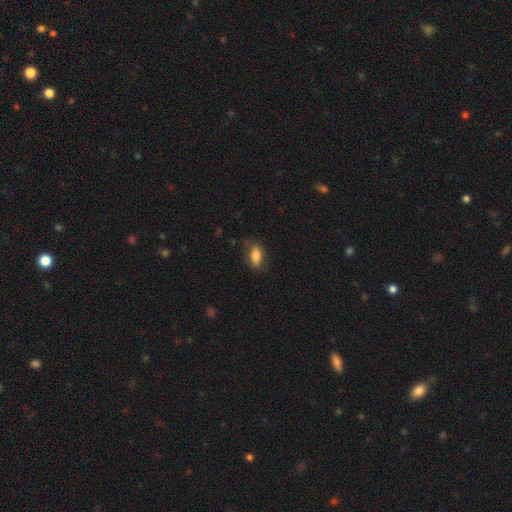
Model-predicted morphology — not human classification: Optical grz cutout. It shows a smooth galaxy with no disk features (81%) that is in between round and cigar-shaped (86%). Merging: none (75%).